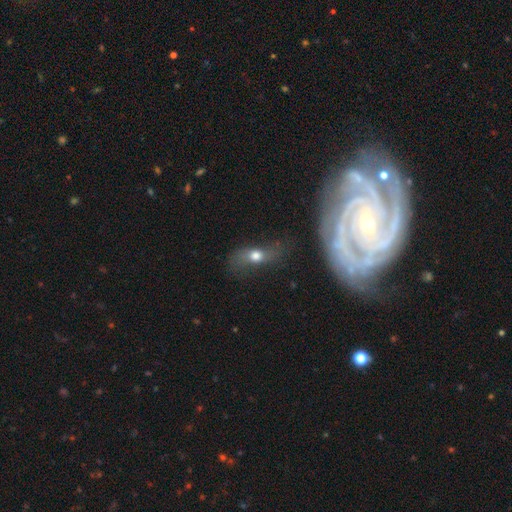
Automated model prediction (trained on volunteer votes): Smooth or featured?
  - smooth: 53% *
  - featured or disk: 35%
  - star or artifact: 13%
How rounded?
  - in between: 57% *
  - cigar-shaped: 22%
  - round: 20%
Merging?
  - none: 47% *
  - major disturbance: 24%
  - minor disturbance: 24%
  - merger: 5%